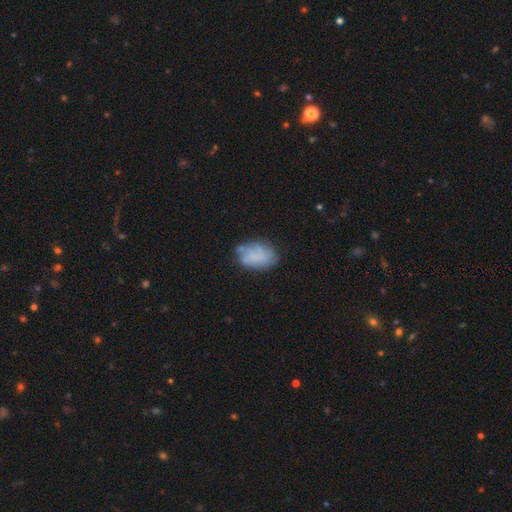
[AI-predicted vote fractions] smooth-or-featured: smooth: 62% | featured or disk: 29% | star or artifact: 9%
  how-rounded: in between: 84% | round: 14% | cigar-shaped: 1%
  merging: none: 56% | minor disturbance: 28% | major disturbance: 11% | merger: 5%